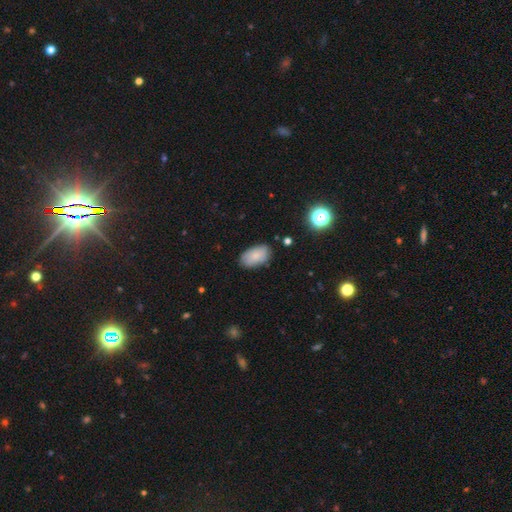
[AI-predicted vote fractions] The model was most divided on "smooth or featured": smooth: 75%, featured or disk: 16%, star or artifact: 9%. More confident: how rounded — in between (93%); merging — none (77%).